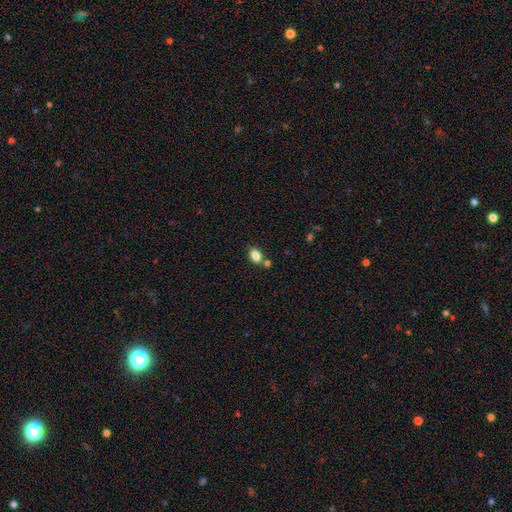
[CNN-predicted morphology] smooth 84%, star or artifact 10%, featured or disk 6%. Down the decision tree: how rounded — in between (83%); merging — none (68%).